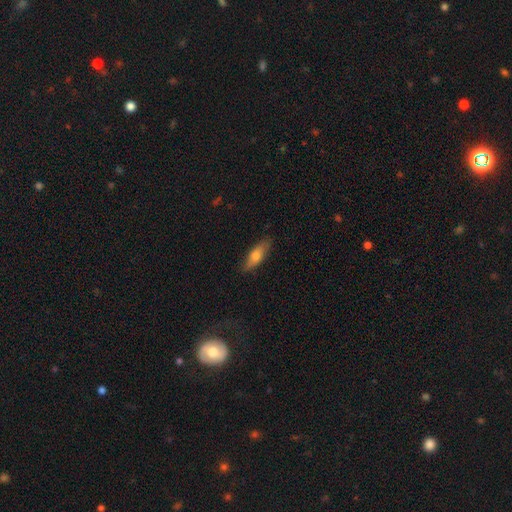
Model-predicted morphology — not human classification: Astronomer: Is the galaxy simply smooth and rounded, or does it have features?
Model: smooth — 68%.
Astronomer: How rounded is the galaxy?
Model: in between — 58% (runner-up: cigar-shaped, 39%).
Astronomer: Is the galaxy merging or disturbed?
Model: none — 82%.